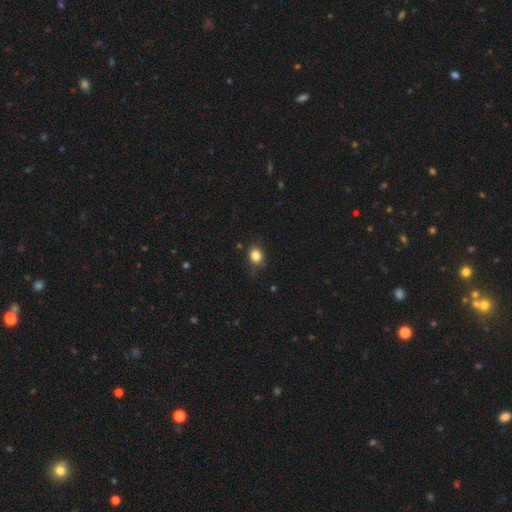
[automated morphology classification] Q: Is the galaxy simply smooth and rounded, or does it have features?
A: smooth — 84%.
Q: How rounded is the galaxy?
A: round — 59%.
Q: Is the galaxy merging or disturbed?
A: none — 78%.